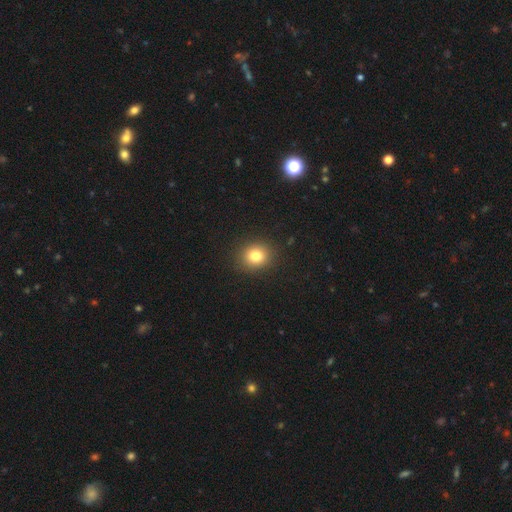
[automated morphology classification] Q: Smooth or featured?
A: smooth (80%); runner-up: star or artifact (12%)
Q: How rounded?
A: round (76%); runner-up: in between (23%)
Q: Merging?
A: none (90%); runner-up: minor disturbance (7%)